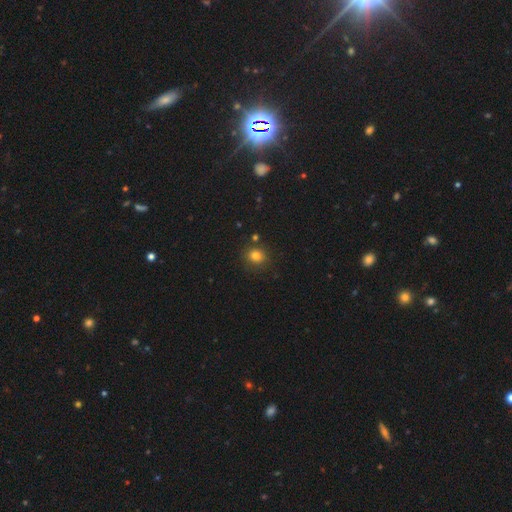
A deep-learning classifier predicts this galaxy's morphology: smooth_or_featured: smooth (p=0.80) [alt: star or artifact p=0.14]
how_rounded: round (p=0.83) [alt: in between p=0.16]
merging: none (p=0.84) [alt: minor disturbance p=0.09]